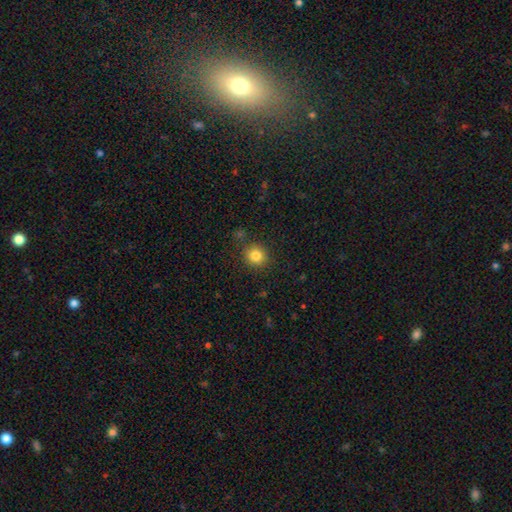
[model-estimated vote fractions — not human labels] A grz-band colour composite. It shows a smooth galaxy with no disk features (82%) that is round (90%). Merging: none (87%).